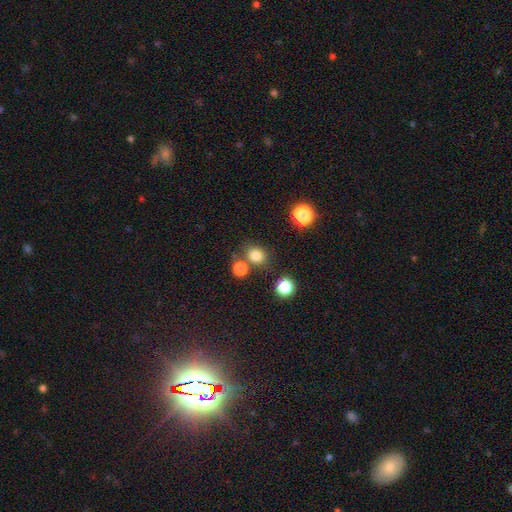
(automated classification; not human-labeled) A smooth galaxy with no disk features (80%) that is round (75%). Merging: none (72%).